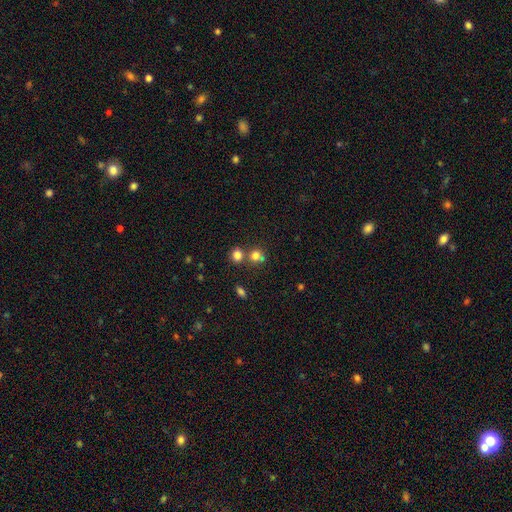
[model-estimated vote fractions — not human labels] smooth_or_featured: smooth (p=0.78) [alt: star or artifact p=0.14]
how_rounded: round (p=0.80) [alt: in between p=0.19]
merging: none (p=0.52) [alt: merger p=0.35]